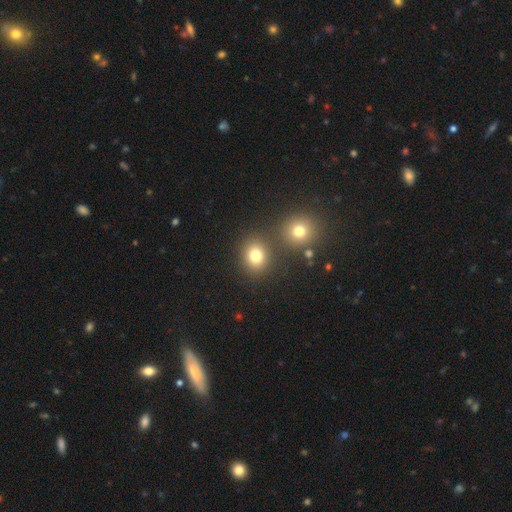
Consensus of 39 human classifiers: Q: Smooth or featured?
A: smooth (82%); runner-up: star or artifact (10%)
Q: How rounded?
A: round (72%); runner-up: in between (28%)
Q: Merging?
A: none (63%); runner-up: merger (17%)